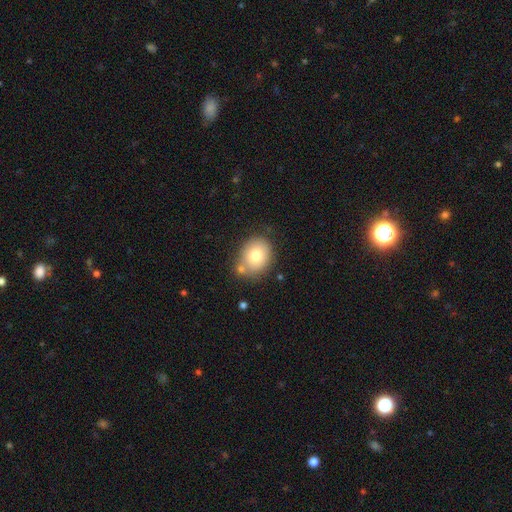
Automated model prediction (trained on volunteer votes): A smooth galaxy with no disk features (77%) that is round (55%).

Vote fractions:
- Smooth or featured? smooth: 77% / featured or disk: 14% / star or artifact: 9%
- How rounded? round: 55% / in between: 44% / cigar-shaped: 1%
- Merging? none: 66% / minor disturbance: 16% / merger: 13% / major disturbance: 4%